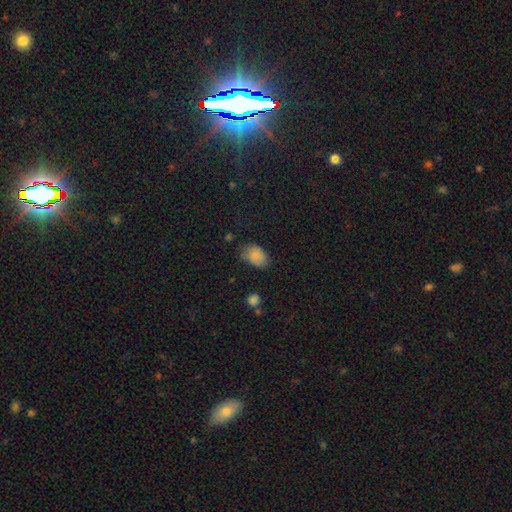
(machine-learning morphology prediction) The model was most divided on "merging": none: 62%, minor disturbance: 29%, major disturbance: 7%, merger: 2%. More confident: how rounded — in between (83%); smooth or featured — smooth (83%).